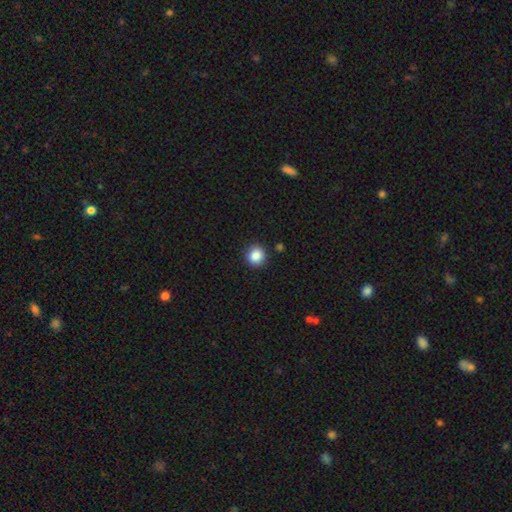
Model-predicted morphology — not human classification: smooth 87%, star or artifact 10%, featured or disk 4%. Down the decision tree: how rounded — round (86%); merging — none (89%).